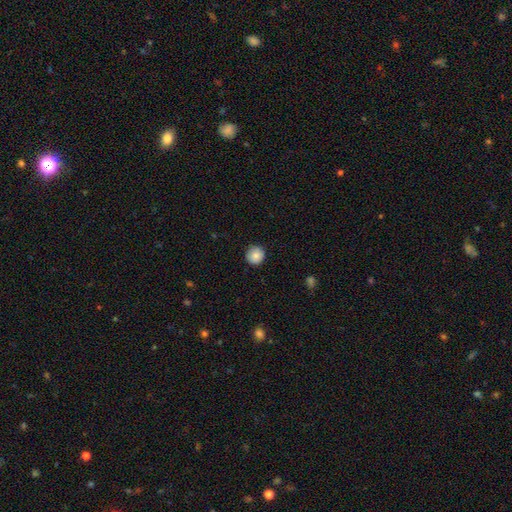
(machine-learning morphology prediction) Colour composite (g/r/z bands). It shows a smooth galaxy with no disk features (85%) that is round (94%). Merging: none (90%).